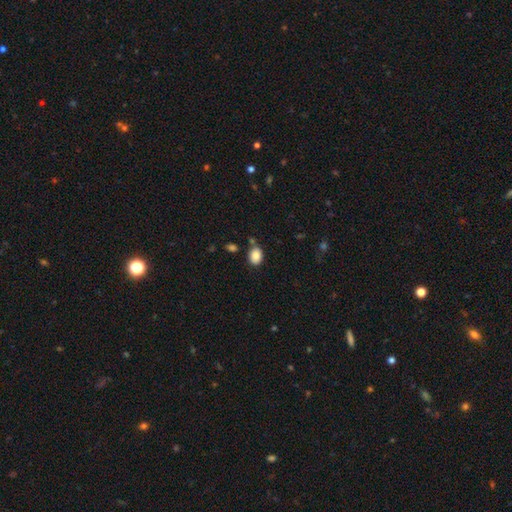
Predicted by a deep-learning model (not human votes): Morphology: type=smooth (87%); roundness=in between (64%); merging=none (74%).